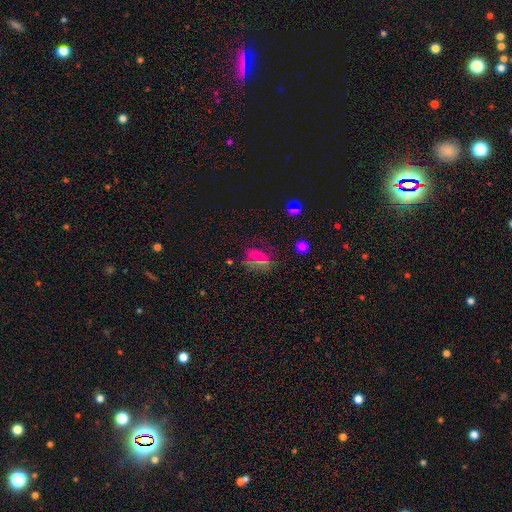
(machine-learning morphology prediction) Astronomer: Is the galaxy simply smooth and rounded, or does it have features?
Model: smooth — 37% (runner-up: star or artifact, 36%).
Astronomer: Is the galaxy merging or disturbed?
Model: none — 60%.